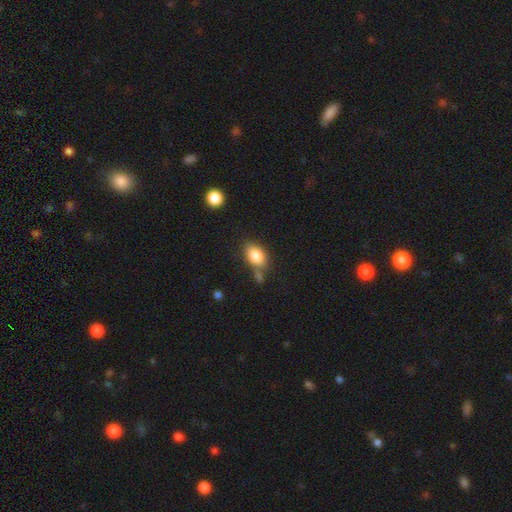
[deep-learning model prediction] Smooth or featured?
  - smooth: 83% *
  - featured or disk: 9%
  - star or artifact: 8%
How rounded?
  - in between: 81% *
  - round: 17%
  - cigar-shaped: 2%
Merging?
  - none: 57% *
  - minor disturbance: 20%
  - merger: 17%
  - major disturbance: 6%